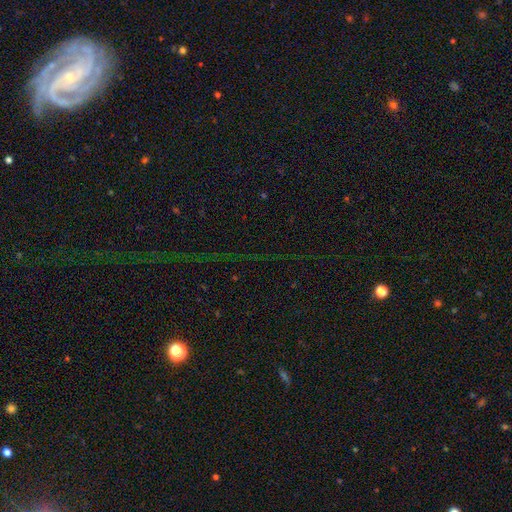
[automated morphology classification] This appears to be a star or artifact, not a galaxy (74%).